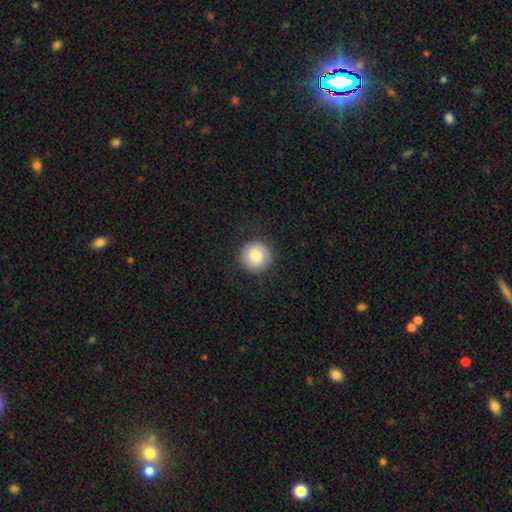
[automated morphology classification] Smooth or featured? Predicted: smooth (p=0.77). How rounded? Predicted: round (p=0.95). Merging? Predicted: none (p=0.86).